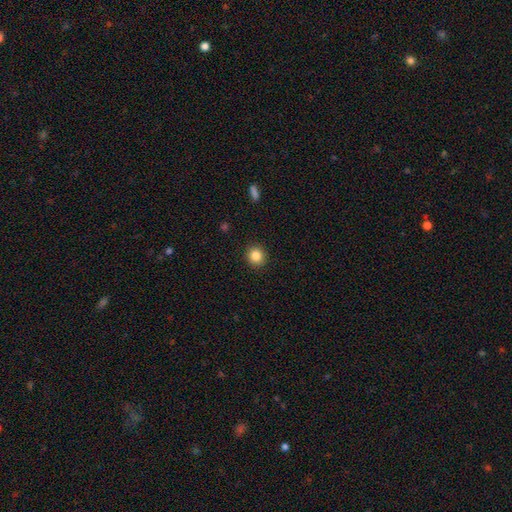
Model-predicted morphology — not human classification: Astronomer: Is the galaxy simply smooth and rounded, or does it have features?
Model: smooth — 84%.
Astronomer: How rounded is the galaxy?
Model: round — 89%.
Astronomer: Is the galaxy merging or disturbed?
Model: none — 92%.